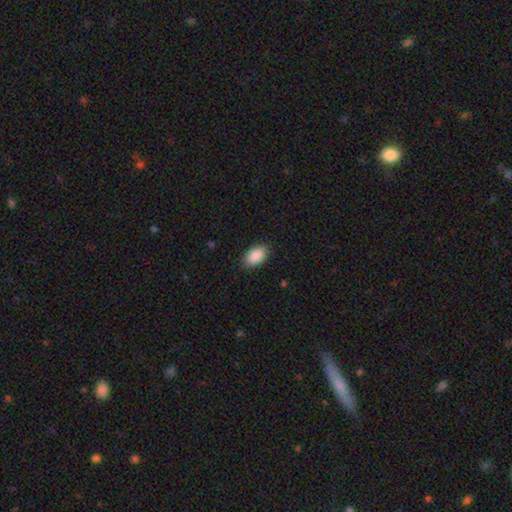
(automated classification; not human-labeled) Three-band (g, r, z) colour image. It shows a smooth galaxy with no disk features (90%) that is in between round and cigar-shaped (93%). Merging: none (87%).